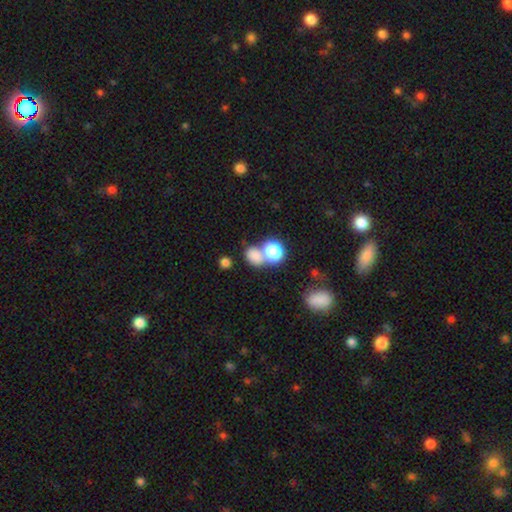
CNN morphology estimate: smooth 77%, star or artifact 15%, featured or disk 9%. Down the decision tree: how rounded — round (51%); merging — merger (47%).